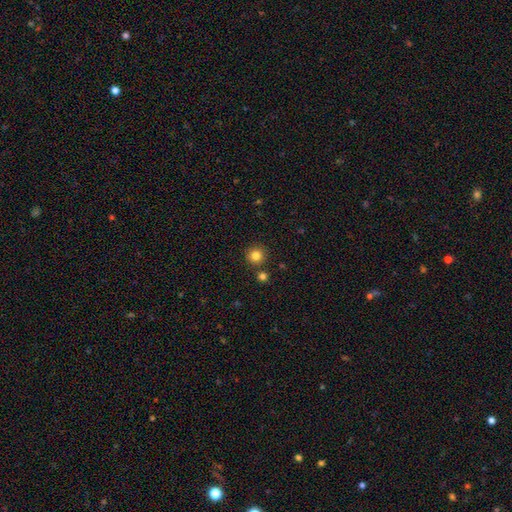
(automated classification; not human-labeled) A smooth galaxy with no disk features (83%) that is round (94%).

Vote fractions:
- Smooth or featured? smooth: 83% / star or artifact: 12% / featured or disk: 5%
- How rounded? round: 94% / in between: 5% / cigar-shaped: 1%
- Merging? none: 85% / merger: 6% / minor disturbance: 6% / major disturbance: 2%